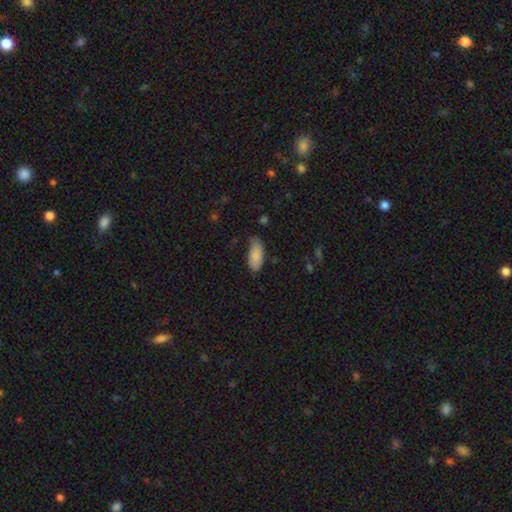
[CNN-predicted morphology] Overall: smooth (87%). How rounded: in between (87%). Merging: none (69%).